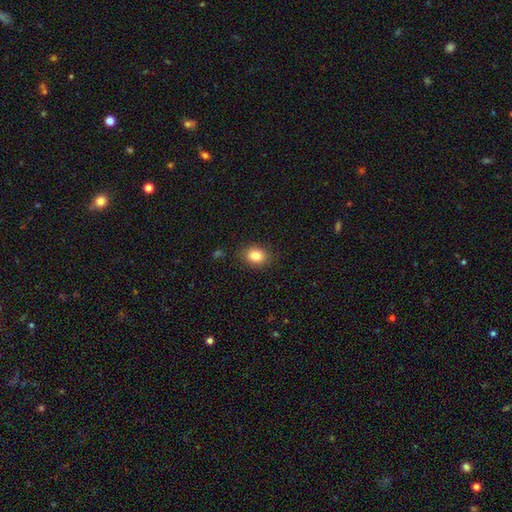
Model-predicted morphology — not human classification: Q: Smooth or featured?
A: smooth (83%); runner-up: star or artifact (10%)
Q: How rounded?
A: in between (53%); runner-up: round (46%)
Q: Merging?
A: none (86%); runner-up: minor disturbance (10%)